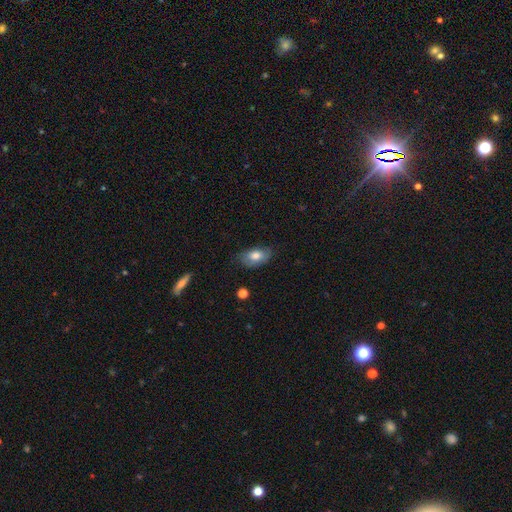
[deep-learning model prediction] Morphology: type=smooth (76%); roundness=in between (91%); merging=none (73%).